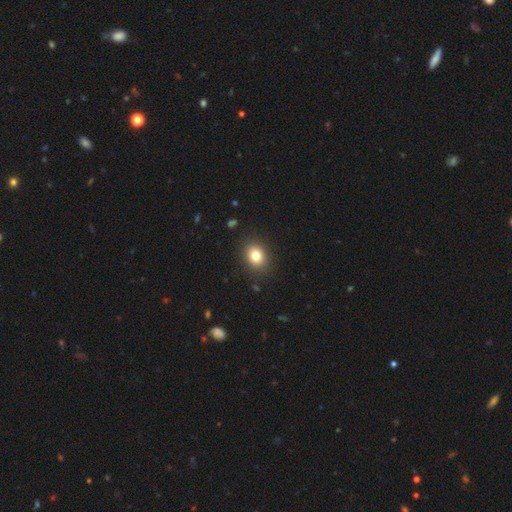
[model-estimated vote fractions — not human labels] Morphology: type=smooth (81%); roundness=round (55%); merging=none (89%).